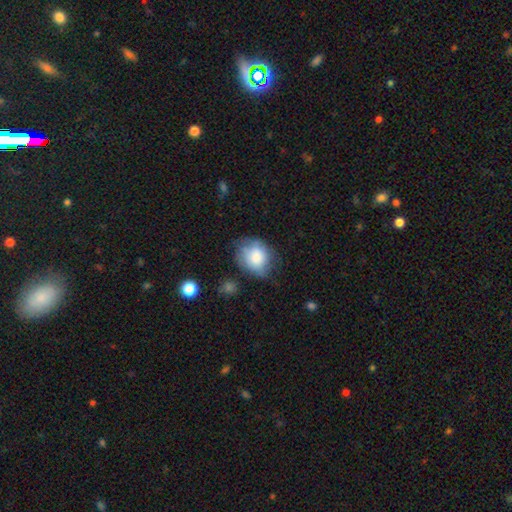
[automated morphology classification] Smooth or featured? Predicted: smooth (p=0.74). How rounded? Predicted: round (p=0.55). Merging? Predicted: none (p=0.53).